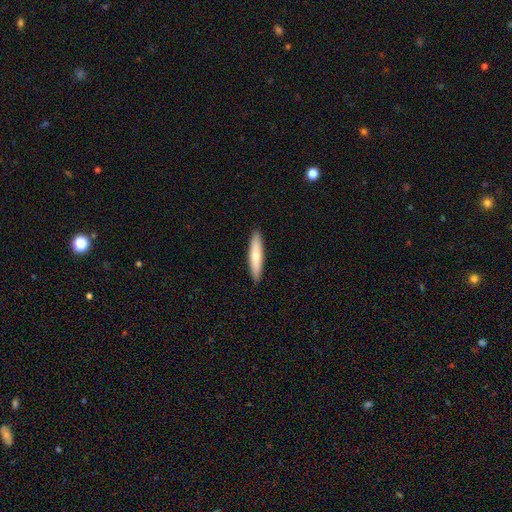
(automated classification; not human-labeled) This is likely a smooth galaxy (70%). How rounded: clearly cigar-shaped (87%). Merging: clearly none (91%).